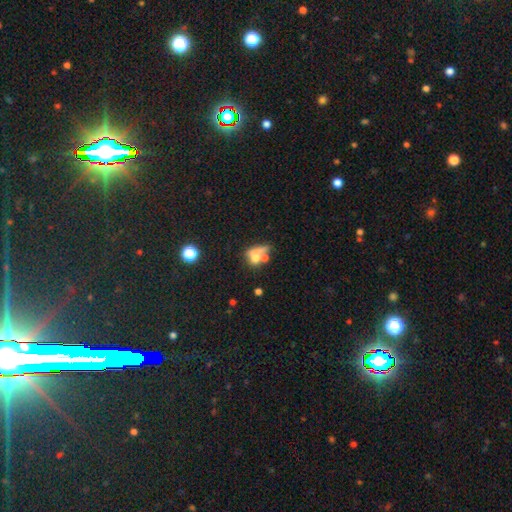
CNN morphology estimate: This is possibly a smooth galaxy (60%). How rounded: possibly in between (46%, tied with round). Merging: marginally merger (42%).